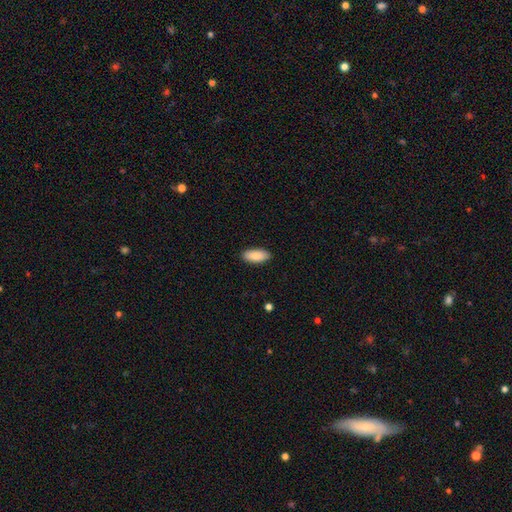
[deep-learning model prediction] A smooth galaxy with no disk features (89%) that is in between round and cigar-shaped (87%). Merging: none (89%).